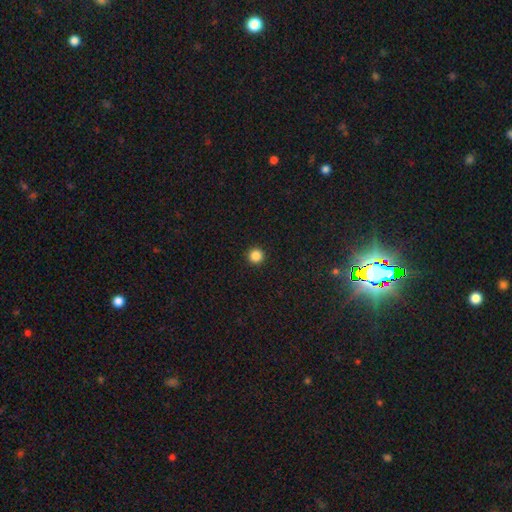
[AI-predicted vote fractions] Smooth or featured?
  - smooth: 86% *
  - star or artifact: 11%
  - featured or disk: 3%
How rounded?
  - round: 96% *
  - in between: 3%
  - cigar-shaped: 1%
Merging?
  - none: 94% *
  - minor disturbance: 4%
  - major disturbance: 1%
  - merger: 1%